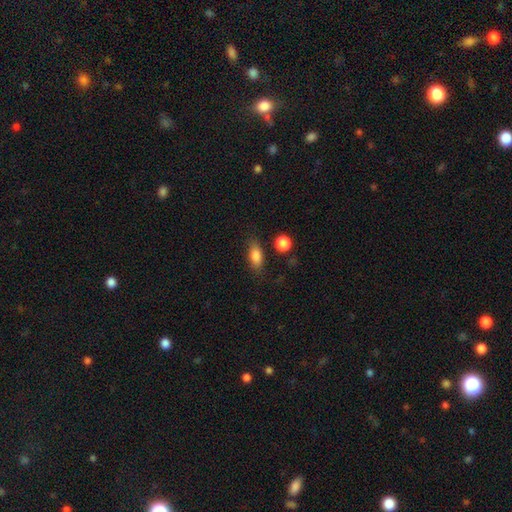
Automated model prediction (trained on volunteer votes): The model was most divided on "how rounded": in between: 78%, cigar-shaped: 14%, round: 8%. More confident: smooth or featured — smooth (83%); merging — none (79%).